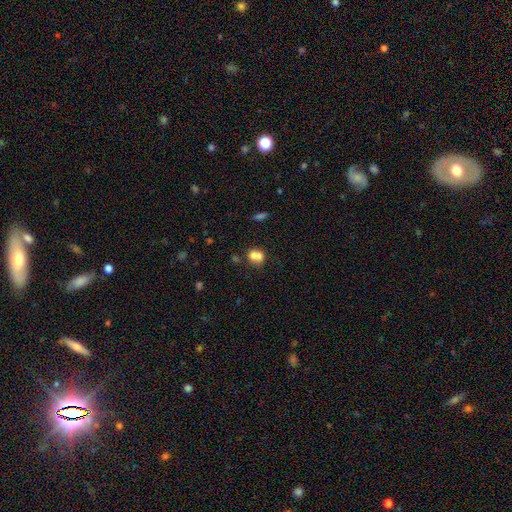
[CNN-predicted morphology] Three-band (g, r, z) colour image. It shows a smooth galaxy with no disk features (70%) that is round (64%). Merging: merger (60%).